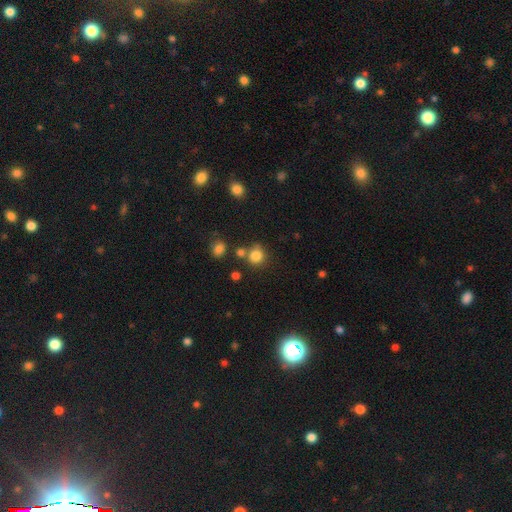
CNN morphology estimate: smooth 82%, star or artifact 13%, featured or disk 6%. Down the decision tree: how rounded — round (87%); merging — none (68%).